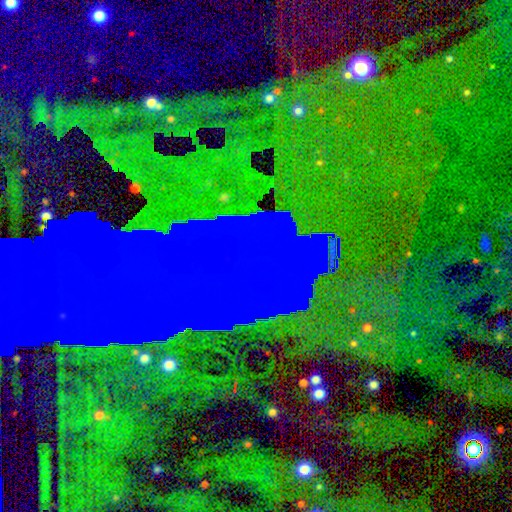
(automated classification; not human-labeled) smooth-or-featured: star or artifact: 75% | featured or disk: 16% | smooth: 10%